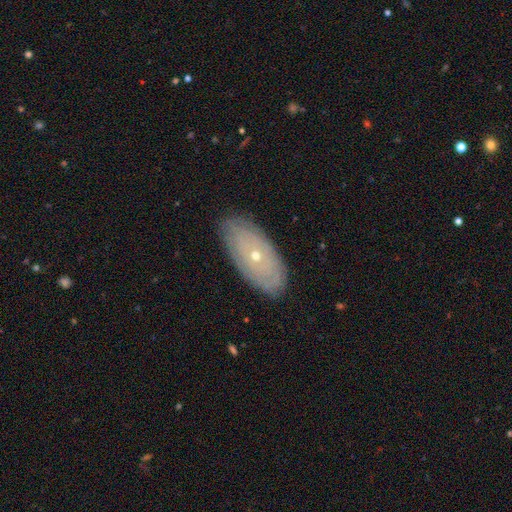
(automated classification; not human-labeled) featured or disk 64%, smooth 29%, star or artifact 7%. Down the decision tree: edge-on disk — no (88%); bar — no (90%); spiral arms — yes (57%); bulge size — small (70%); merging — none (83%).